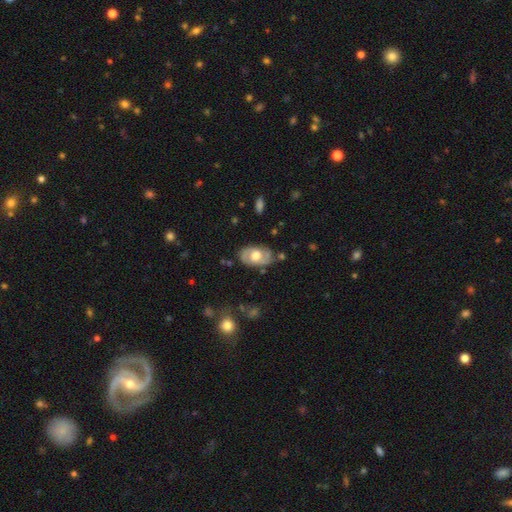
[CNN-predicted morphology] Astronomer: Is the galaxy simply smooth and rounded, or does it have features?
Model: featured or disk — 63%.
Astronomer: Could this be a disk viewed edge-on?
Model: no — 94%.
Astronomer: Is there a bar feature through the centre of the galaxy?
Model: no — 67%.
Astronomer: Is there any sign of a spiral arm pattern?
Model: yes — 70%.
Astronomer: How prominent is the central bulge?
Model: moderate — 60%.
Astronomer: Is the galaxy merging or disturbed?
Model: none — 73%.